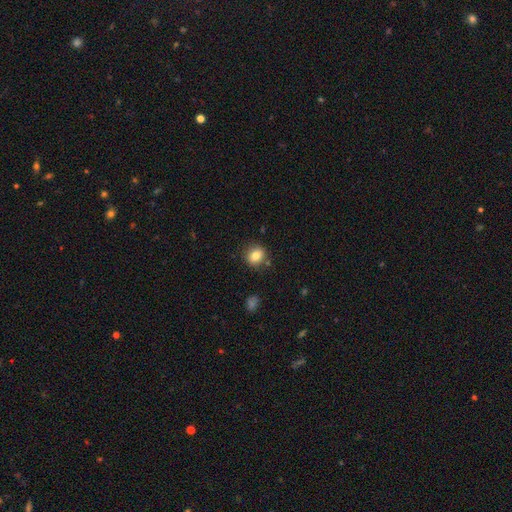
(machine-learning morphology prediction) Q: Smooth or featured?
A: smooth (80%); runner-up: star or artifact (11%)
Q: How rounded?
A: round (80%); runner-up: in between (19%)
Q: Merging?
A: none (84%); runner-up: minor disturbance (10%)